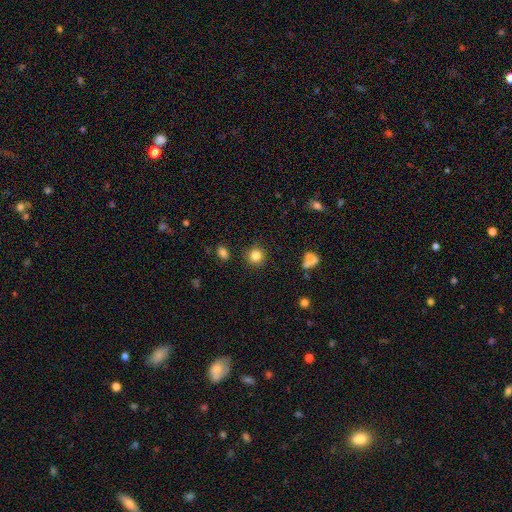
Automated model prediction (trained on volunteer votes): Smooth or featured? smooth (83%)
How rounded? round (91%)
Merging? none (88%)